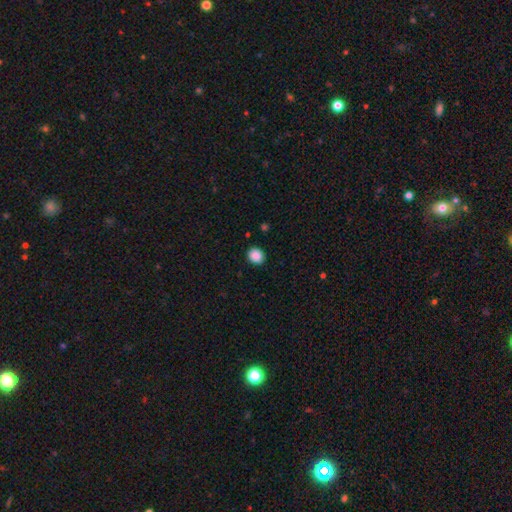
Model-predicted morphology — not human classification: type=smooth (89%); roundness=round (67%); merging=none (91%).